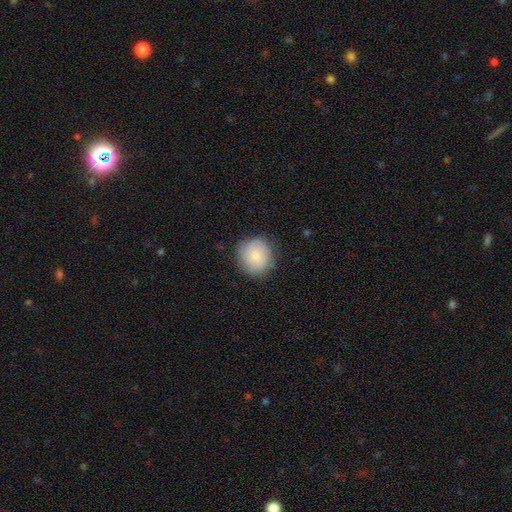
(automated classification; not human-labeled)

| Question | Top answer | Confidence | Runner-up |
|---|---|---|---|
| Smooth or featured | smooth | 83% | featured or disk (11%) |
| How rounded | round | 82% | in between (17%) |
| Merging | none | 82% | minor disturbance (13%) |